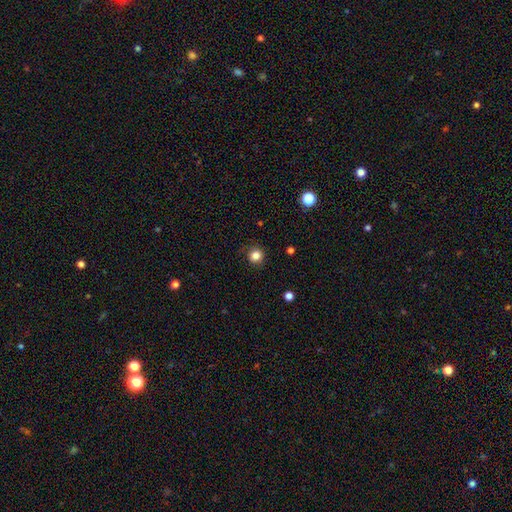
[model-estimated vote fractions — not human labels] Smooth or featured?
  - smooth: 84% *
  - star or artifact: 12%
  - featured or disk: 4%
How rounded?
  - round: 93% *
  - in between: 6%
  - cigar-shaped: 1%
Merging?
  - none: 89% *
  - minor disturbance: 8%
  - major disturbance: 2%
  - merger: 1%